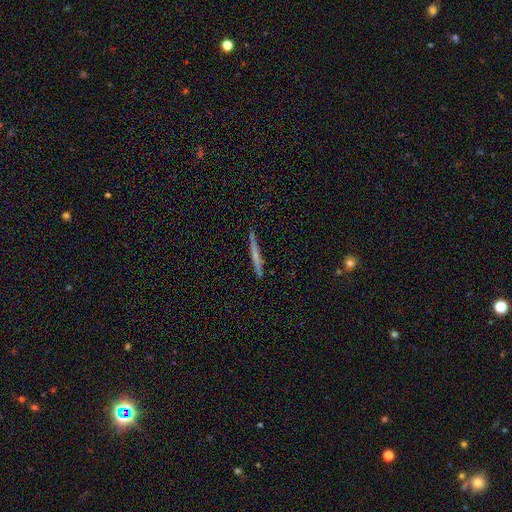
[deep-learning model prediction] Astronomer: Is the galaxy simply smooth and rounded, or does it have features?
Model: smooth — 49% (runner-up: featured or disk, 44%).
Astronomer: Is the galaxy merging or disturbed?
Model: none — 89%.